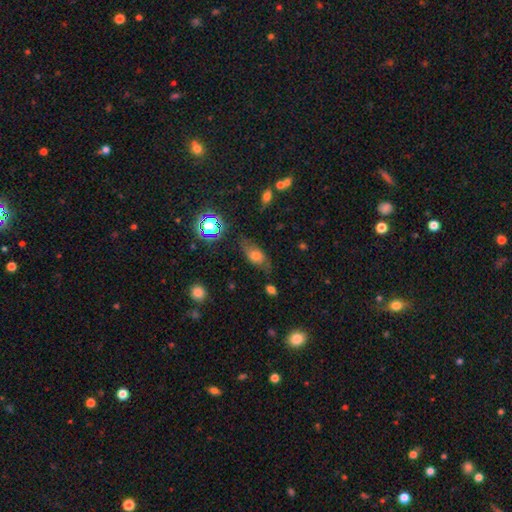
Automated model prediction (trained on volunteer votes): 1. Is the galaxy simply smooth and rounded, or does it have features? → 59% smooth, 27% featured or disk, 15% star or artifact.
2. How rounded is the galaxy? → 79% in between, 10% cigar-shaped, 10% round.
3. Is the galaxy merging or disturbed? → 63% none, 25% minor disturbance, 9% major disturbance, 3% merger.